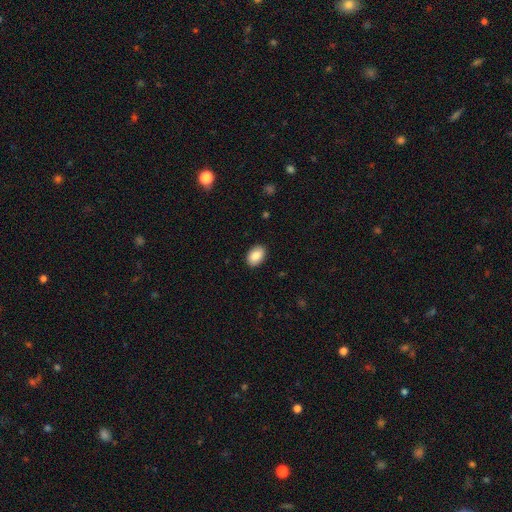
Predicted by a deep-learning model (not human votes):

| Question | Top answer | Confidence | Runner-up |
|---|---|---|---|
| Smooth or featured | smooth | 86% | star or artifact (7%) |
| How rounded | in between | 86% | round (13%) |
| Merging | none | 90% | minor disturbance (8%) |